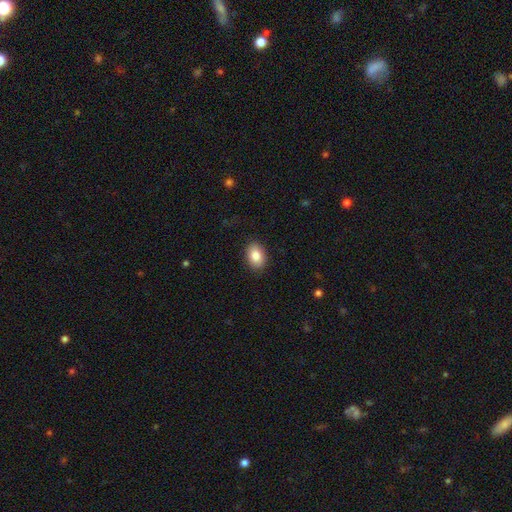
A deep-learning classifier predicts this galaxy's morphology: type=smooth (84%); roundness=in between (83%); merging=none (89%).